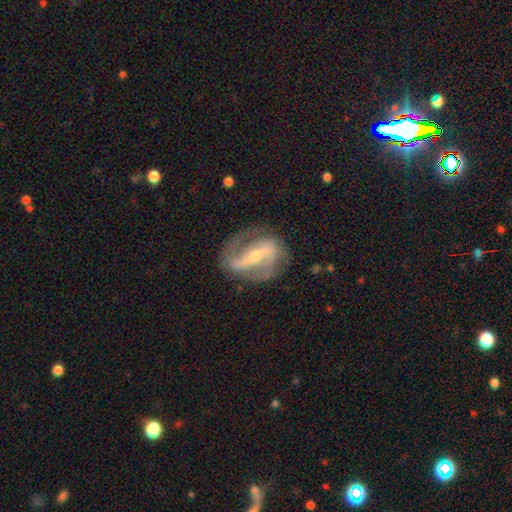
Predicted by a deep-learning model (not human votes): A featured or disk galaxy (87%) with a strong bar (68%), 2 (87%) medium (46%) spiral arms (92%) and a small central bulge (56%).

Vote fractions:
- Smooth or featured? featured or disk: 87% / smooth: 7% / star or artifact: 5%
- Edge-on disk? no: 94% / yes: 6%
- Bar? strong: 68% / weak: 22% / no: 10%
- Spiral arms? yes: 92% / no: 8%
- Spiral winding? medium: 46% / loose: 28% / tight: 26%
- Spiral arm count? 2: 87% / 1: 5% / can't tell: 5% / 3: 2% / 4: 1% / more than 4: 1%
- Bulge size? small: 56% / moderate: 39% / large: 2% / none: 2% / dominant: 1%
- Merging? none: 76% / minor disturbance: 14% / major disturbance: 8% / merger: 2%